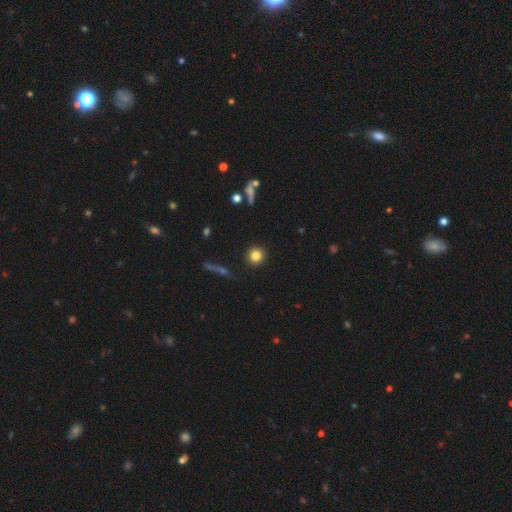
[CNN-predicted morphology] Q: Smooth or featured?
A: smooth (82%); runner-up: star or artifact (11%)
Q: How rounded?
A: round (93%); runner-up: in between (5%)
Q: Merging?
A: none (91%); runner-up: minor disturbance (5%)